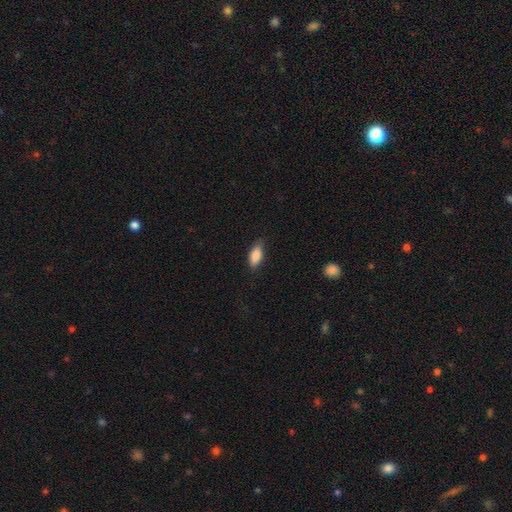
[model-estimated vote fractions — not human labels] Smooth or featured? smooth (86%)
How rounded? in between (82%)
Merging? none (76%)